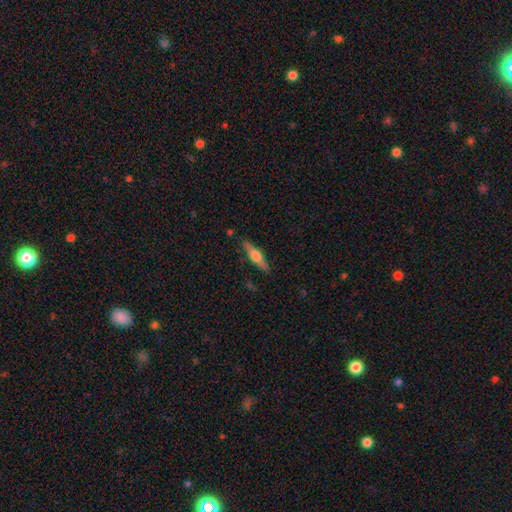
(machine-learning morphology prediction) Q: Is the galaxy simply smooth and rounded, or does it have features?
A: featured or disk — 61%.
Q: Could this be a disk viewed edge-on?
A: yes — 96%.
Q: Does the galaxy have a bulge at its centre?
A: rounded — 91%.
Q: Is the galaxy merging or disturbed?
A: none — 87%.